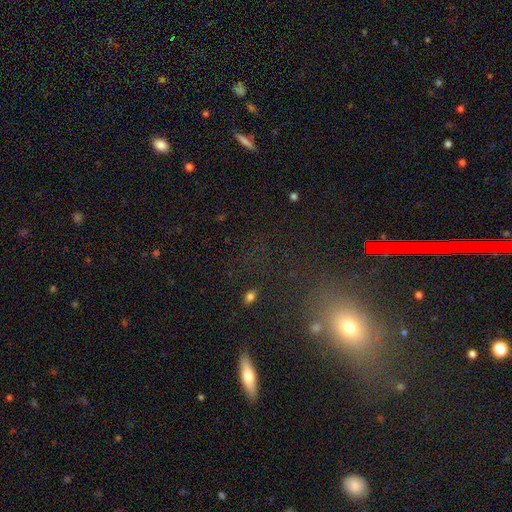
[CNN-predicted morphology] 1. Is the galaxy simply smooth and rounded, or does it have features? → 45% star or artifact, 37% smooth, 18% featured or disk.